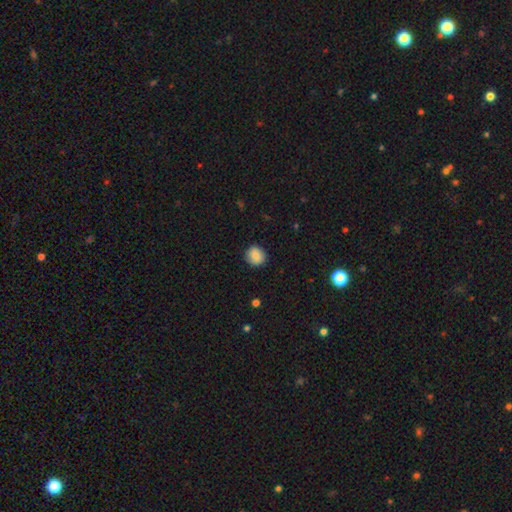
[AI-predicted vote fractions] Smooth or featured?
  - smooth: 84% *
  - star or artifact: 8%
  - featured or disk: 8%
How rounded?
  - round: 87% *
  - in between: 12%
  - cigar-shaped: 1%
Merging?
  - none: 87% *
  - minor disturbance: 10%
  - major disturbance: 2%
  - merger: 1%